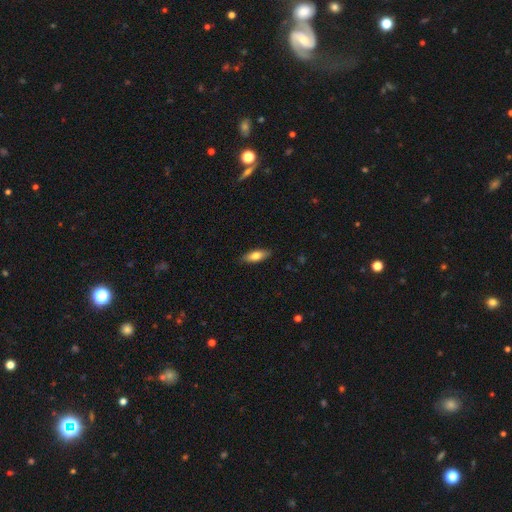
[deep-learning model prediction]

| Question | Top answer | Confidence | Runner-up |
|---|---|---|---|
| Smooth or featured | smooth | 75% | featured or disk (19%) |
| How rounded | in between | 69% | cigar-shaped (29%) |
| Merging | none | 87% | minor disturbance (10%) |